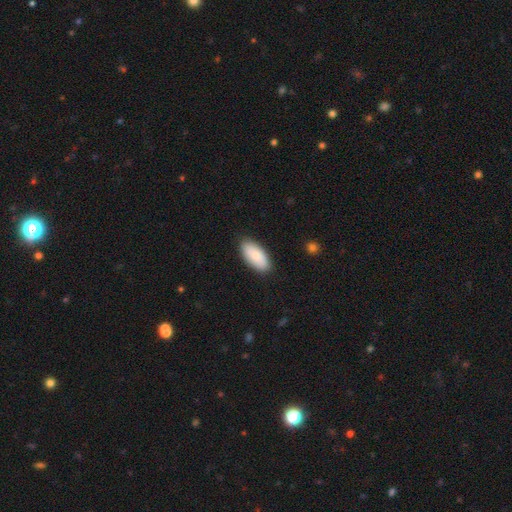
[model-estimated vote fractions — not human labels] smooth-or-featured: smooth: 82% | featured or disk: 13% | star or artifact: 6%
  how-rounded: in between: 92% | cigar-shaped: 6% | round: 2%
  merging: none: 87% | minor disturbance: 10% | major disturbance: 2% | merger: 1%